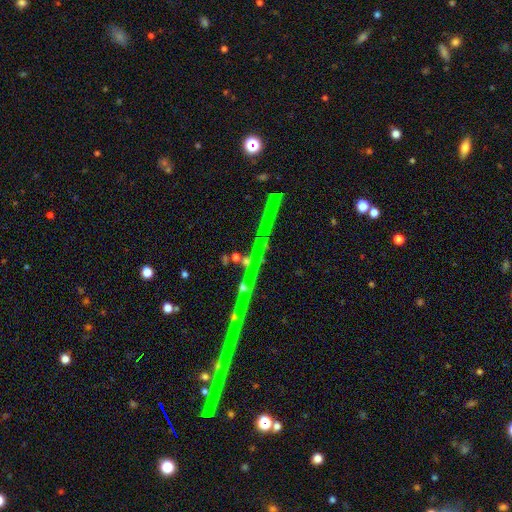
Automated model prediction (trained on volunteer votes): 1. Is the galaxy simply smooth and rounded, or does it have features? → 59% star or artifact, 29% featured or disk, 12% smooth.